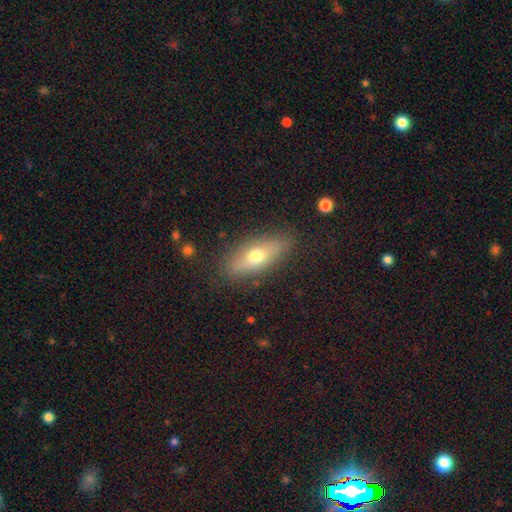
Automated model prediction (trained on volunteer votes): Morphology: type=smooth (62%); roundness=in between (68%); merging=none (83%).